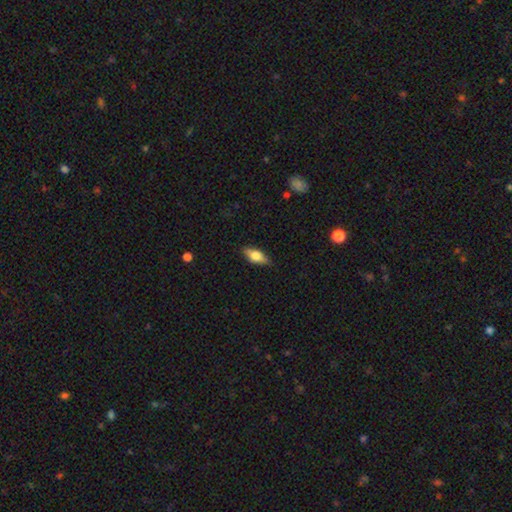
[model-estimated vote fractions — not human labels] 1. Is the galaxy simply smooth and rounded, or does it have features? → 62% smooth, 31% featured or disk, 7% star or artifact.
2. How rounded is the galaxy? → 77% in between, 19% cigar-shaped, 4% round.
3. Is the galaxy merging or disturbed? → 84% none, 12% minor disturbance, 2% major disturbance, 1% merger.